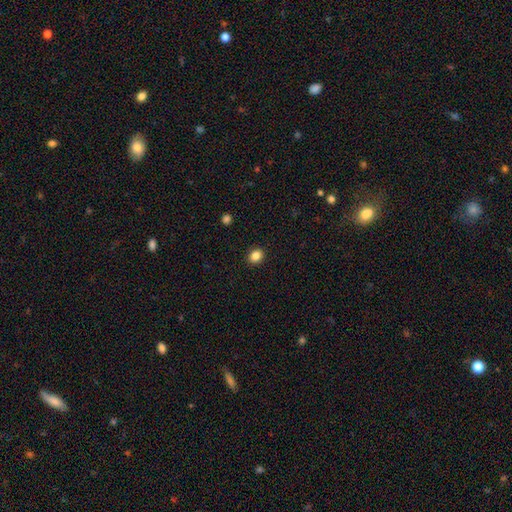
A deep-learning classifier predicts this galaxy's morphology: smooth-or-featured: smooth: 86% | star or artifact: 11% | featured or disk: 4%
  how-rounded: round: 66% | in between: 33% | cigar-shaped: 1%
  merging: none: 91% | minor disturbance: 6% | major disturbance: 2% | merger: 1%